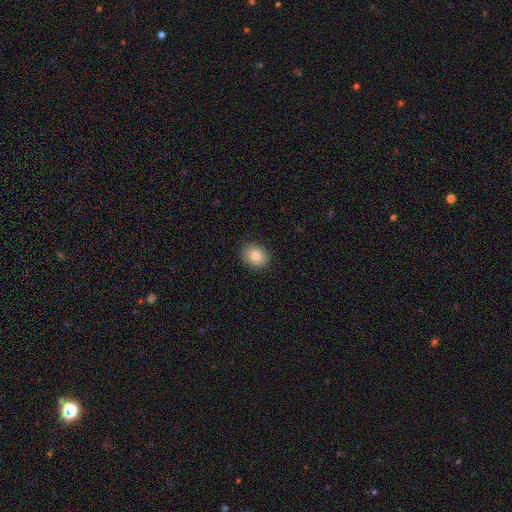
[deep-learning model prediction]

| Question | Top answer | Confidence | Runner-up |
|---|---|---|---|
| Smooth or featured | smooth | 81% | featured or disk (10%) |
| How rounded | round | 56% | in between (44%) |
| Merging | none | 90% | minor disturbance (7%) |